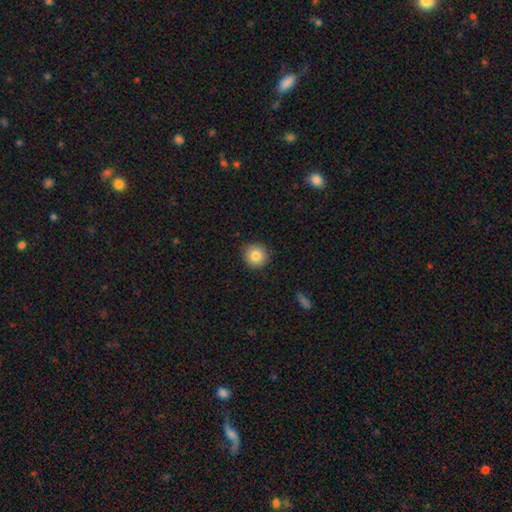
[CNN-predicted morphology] This appears to be a smooth galaxy with no disk features (83%) that is round (93%). Merging: none (88%).